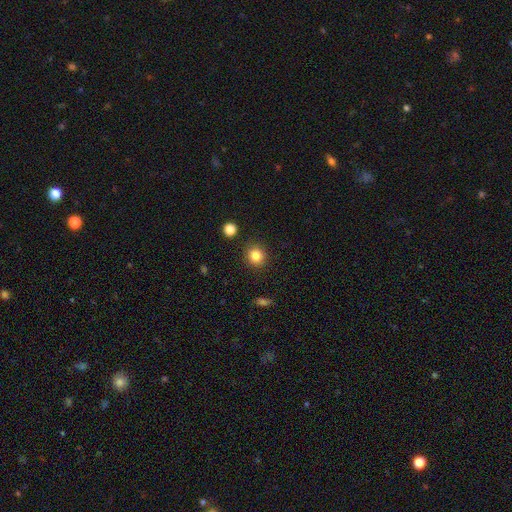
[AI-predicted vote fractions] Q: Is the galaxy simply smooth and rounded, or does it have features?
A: smooth — 83%.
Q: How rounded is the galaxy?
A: round — 87%.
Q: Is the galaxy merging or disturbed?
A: none — 90%.